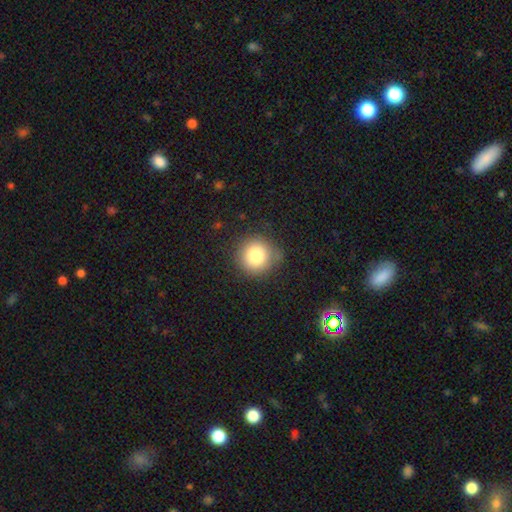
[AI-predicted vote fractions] Overall: smooth (82%). How rounded: round (93%). Merging: none (82%).